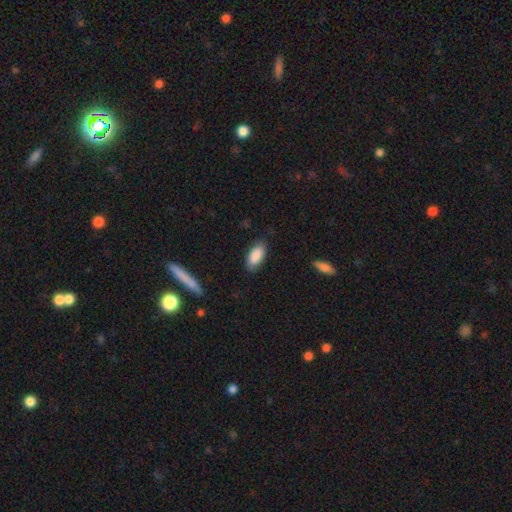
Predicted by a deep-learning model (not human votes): This appears to be a smooth galaxy with no disk features (88%) that is in between round and cigar-shaped (91%). Merging: none (81%).